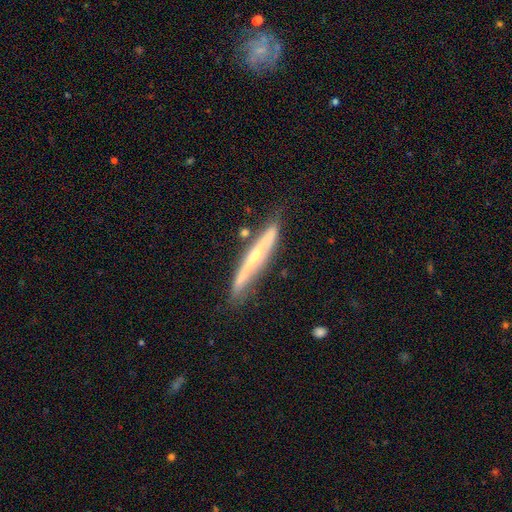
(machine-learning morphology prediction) A featured or disk galaxy (68%) viewed edge-on (90%) with a rounded central bulge (77%). Merging: none (75%).